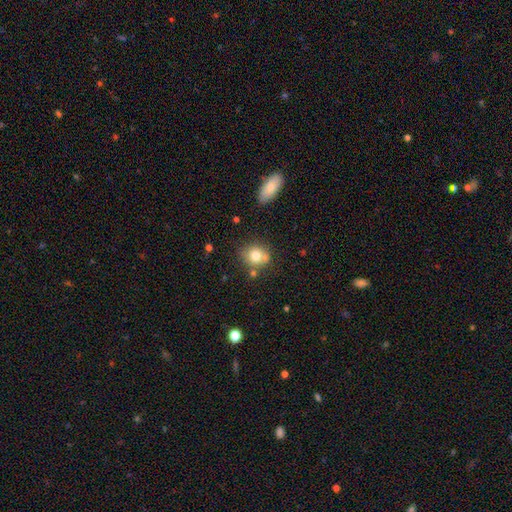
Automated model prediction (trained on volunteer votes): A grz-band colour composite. It shows a smooth galaxy with no disk features (76%) that is round (75%). Merging: none (64%).